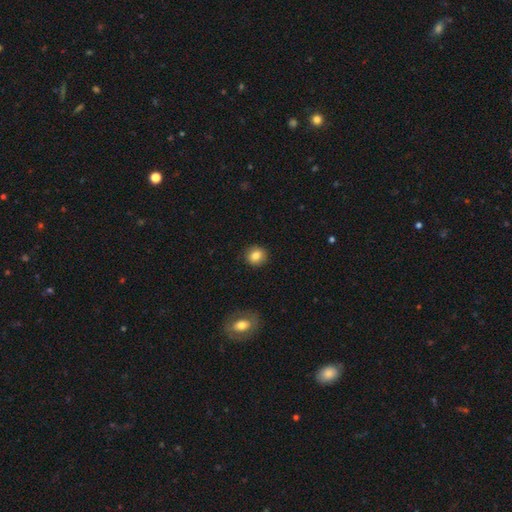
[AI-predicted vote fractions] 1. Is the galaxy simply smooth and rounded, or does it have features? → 83% smooth, 9% star or artifact, 8% featured or disk.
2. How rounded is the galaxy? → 85% round, 14% in between, 1% cigar-shaped.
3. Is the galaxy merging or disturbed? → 90% none, 7% minor disturbance, 2% major disturbance, 1% merger.